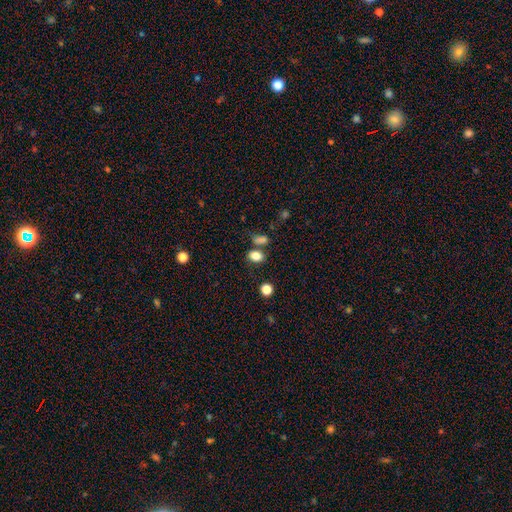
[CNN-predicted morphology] A smooth galaxy with no disk features (83%) that is in between round and cigar-shaped (74%).

Vote fractions:
- Smooth or featured? smooth: 83% / star or artifact: 11% / featured or disk: 5%
- How rounded? in between: 74% / round: 25% / cigar-shaped: 2%
- Merging? none: 63% / merger: 20% / minor disturbance: 13% / major disturbance: 5%